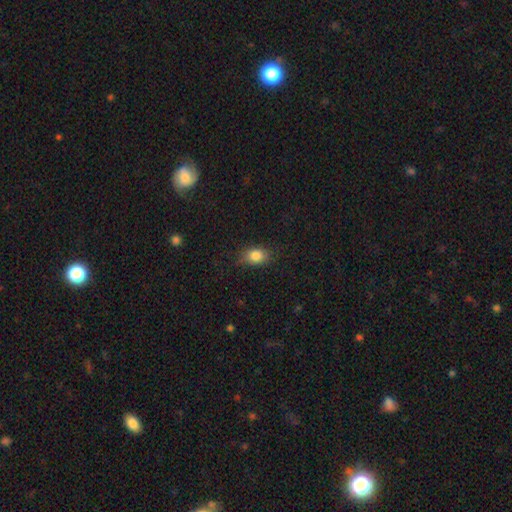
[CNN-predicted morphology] This appears to be a smooth galaxy with no disk features (84%) that is in between round and cigar-shaped (70%). Merging: none (77%).